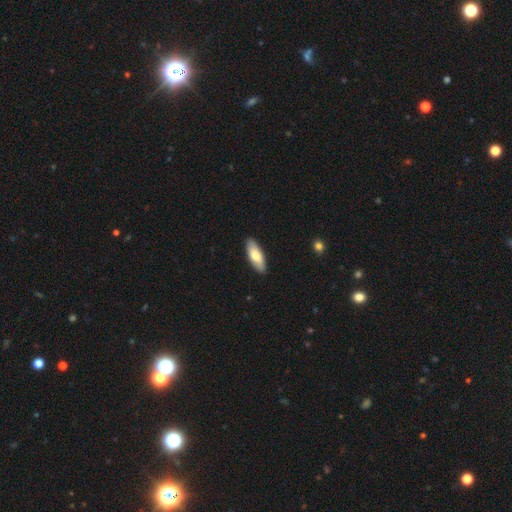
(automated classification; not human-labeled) A smooth galaxy with no disk features (75%) that is in between round and cigar-shaped (69%).

Vote fractions:
- Smooth or featured? smooth: 75% / featured or disk: 20% / star or artifact: 5%
- How rounded? in between: 69% / cigar-shaped: 29% / round: 2%
- Merging? none: 90% / minor disturbance: 7% / major disturbance: 1% / merger: 1%